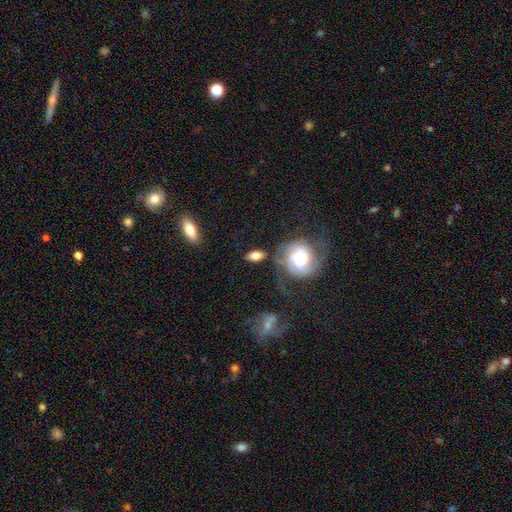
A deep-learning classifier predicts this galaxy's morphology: Overall: smooth (67%). How rounded: in between (81%). Merging: none (63%).